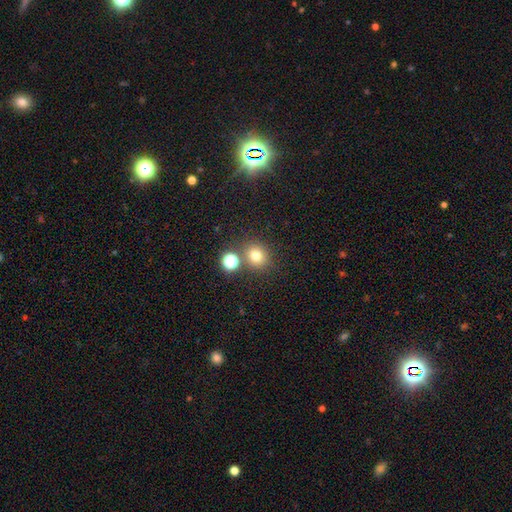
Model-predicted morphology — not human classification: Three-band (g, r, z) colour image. It shows a smooth galaxy with no disk features (75%) that is round (81%). Merging: none (75%).